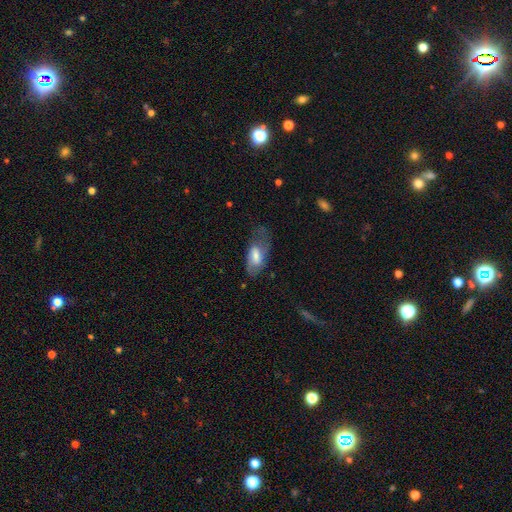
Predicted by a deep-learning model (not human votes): The model was most divided on "smooth or featured": smooth: 53%, featured or disk: 40%, star or artifact: 7%. Remaining: how rounded — in between (86%); merging — none (43%).